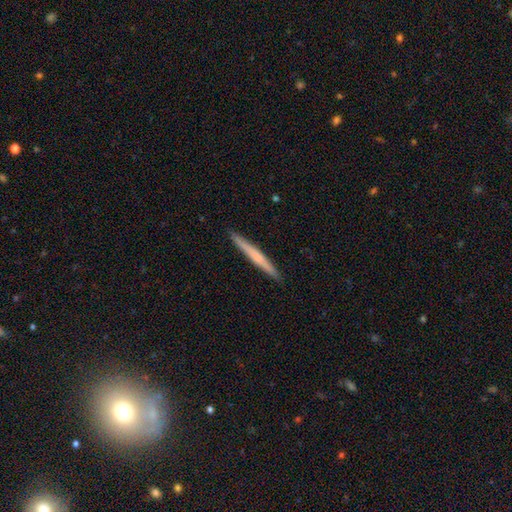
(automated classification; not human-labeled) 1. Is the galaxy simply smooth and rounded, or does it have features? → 53% smooth, 42% featured or disk, 5% star or artifact.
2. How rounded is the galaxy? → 97% cigar-shaped, 2% in between, 1% round.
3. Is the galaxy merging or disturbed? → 92% none, 6% minor disturbance, 1% major disturbance, 1% merger.